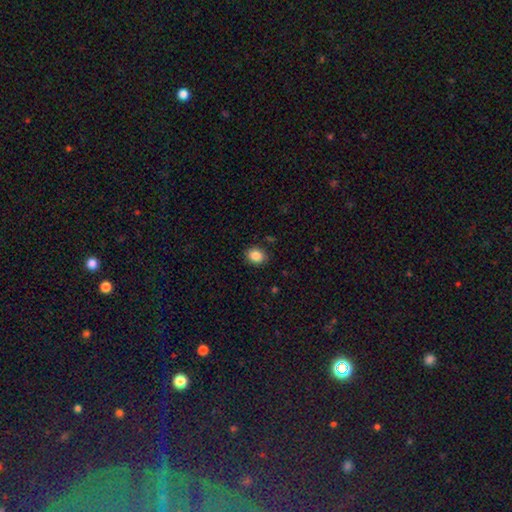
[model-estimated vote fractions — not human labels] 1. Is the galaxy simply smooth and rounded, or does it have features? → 87% smooth, 9% star or artifact, 5% featured or disk.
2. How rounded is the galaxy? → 52% in between, 47% round, 1% cigar-shaped.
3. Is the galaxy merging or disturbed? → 86% none, 11% minor disturbance, 3% major disturbance, 1% merger.